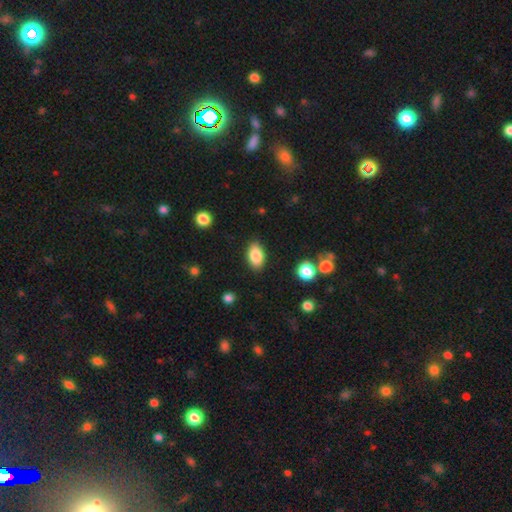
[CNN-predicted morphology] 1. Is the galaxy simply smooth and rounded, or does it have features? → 84% smooth, 8% featured or disk, 8% star or artifact.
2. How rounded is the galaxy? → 92% in between, 6% round, 2% cigar-shaped.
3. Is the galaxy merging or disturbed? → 87% none, 10% minor disturbance, 2% major disturbance, 1% merger.